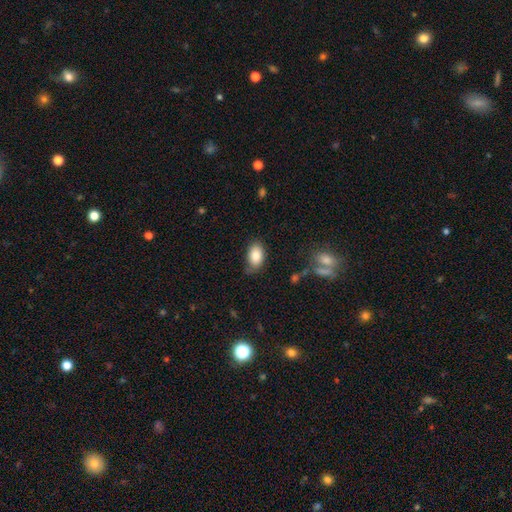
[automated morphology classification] Overall: smooth (85%). How rounded: in between (91%). Merging: none (69%).